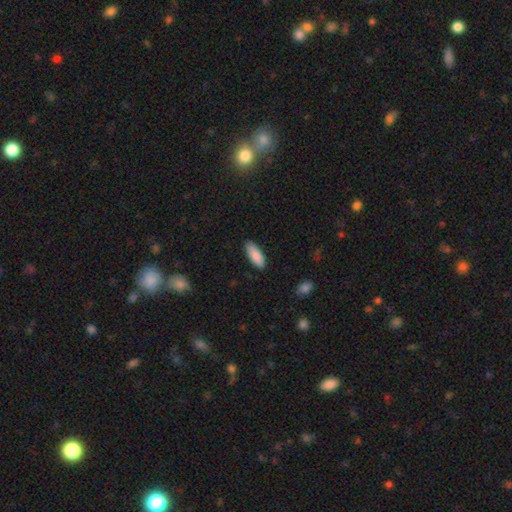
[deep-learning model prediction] smooth_or_featured: smooth (p=0.90) [alt: star or artifact p=0.06]
how_rounded: in between (p=0.73) [alt: cigar-shaped p=0.25]
merging: none (p=0.87) [alt: minor disturbance p=0.10]